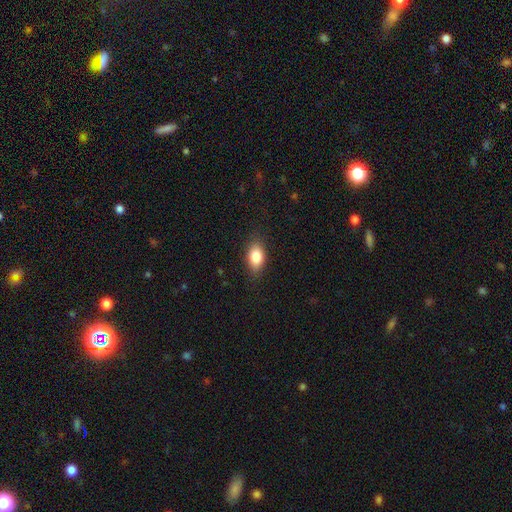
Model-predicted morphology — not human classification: Q: Smooth or featured?
A: smooth (85%); runner-up: star or artifact (8%)
Q: How rounded?
A: in between (87%); runner-up: round (9%)
Q: Merging?
A: none (81%); runner-up: minor disturbance (14%)